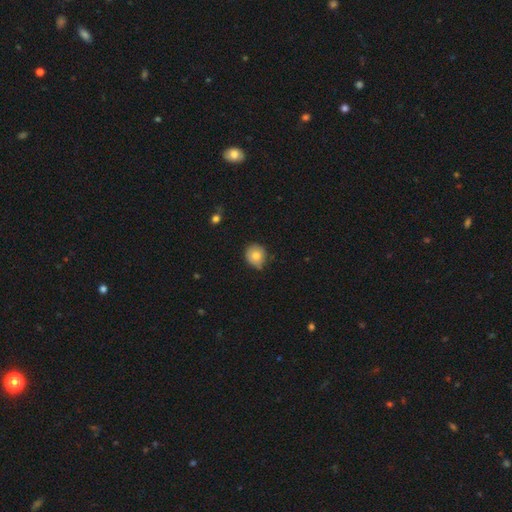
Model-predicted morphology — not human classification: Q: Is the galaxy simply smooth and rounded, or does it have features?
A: smooth — 76%.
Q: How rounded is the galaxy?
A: round — 79%.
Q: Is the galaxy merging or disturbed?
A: none — 62%.